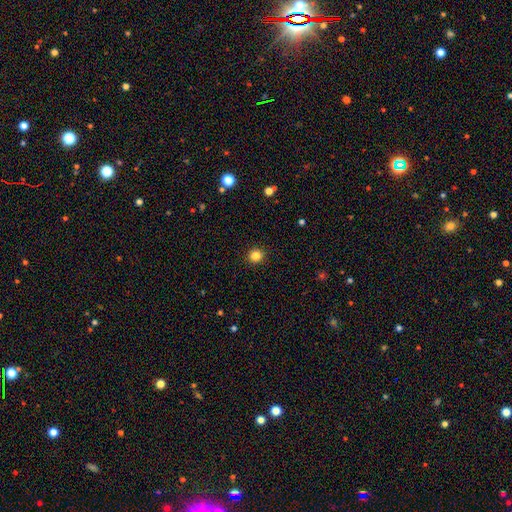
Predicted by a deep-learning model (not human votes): This is clearly a smooth galaxy (84%). How rounded: clearly round (92%). Merging: clearly none (93%).